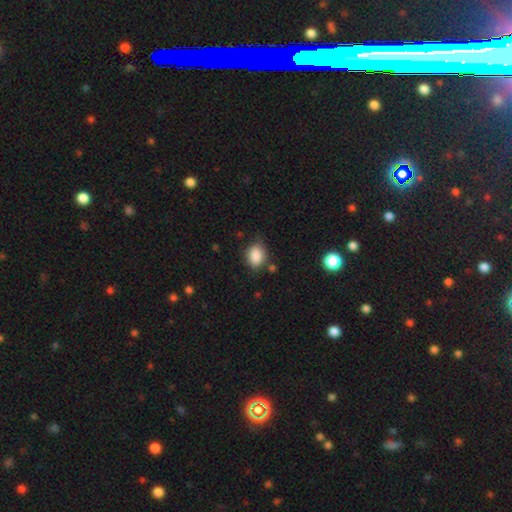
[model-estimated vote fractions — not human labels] smooth_or_featured: smooth (p=0.87) [alt: star or artifact p=0.08]
how_rounded: in between (p=0.71) [alt: round p=0.28]
merging: none (p=0.69) [alt: minor disturbance p=0.23]